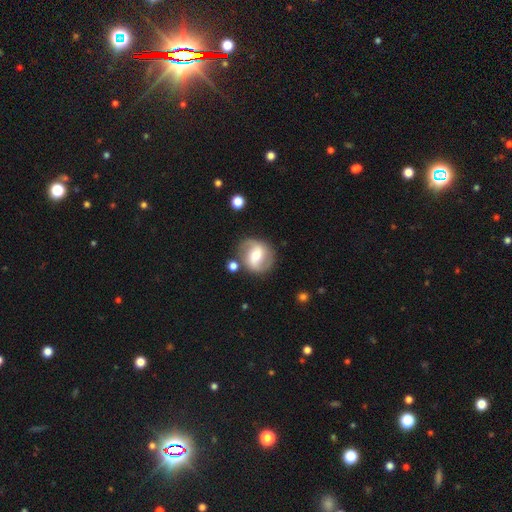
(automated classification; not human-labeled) A featured or disk galaxy (67%) with a weak bar (43%), 2 (88%) medium (43%) spiral arms (81%) and a moderate central bulge (69%).

Vote fractions:
- Smooth or featured? featured or disk: 67% / smooth: 27% / star or artifact: 7%
- Edge-on disk? no: 96% / yes: 4%
- Bar? weak: 43% / strong: 34% / no: 23%
- Spiral arms? yes: 81% / no: 19%
- Spiral winding? medium: 43% / loose: 38% / tight: 19%
- Spiral arm count? 2: 88% / can't tell: 6% / 1: 3% / 3: 1% / 4: 1% / more than 4: 1%
- Bulge size? moderate: 69% / small: 17% / large: 11% / dominant: 1% / none: 1%
- Merging? none: 78% / minor disturbance: 12% / merger: 5% / major disturbance: 5%